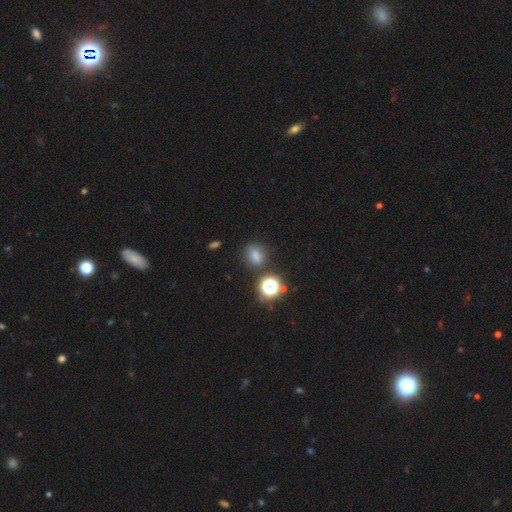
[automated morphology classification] This is likely a smooth galaxy (73%). How rounded: possibly round (50%). Merging: likely none (74%).